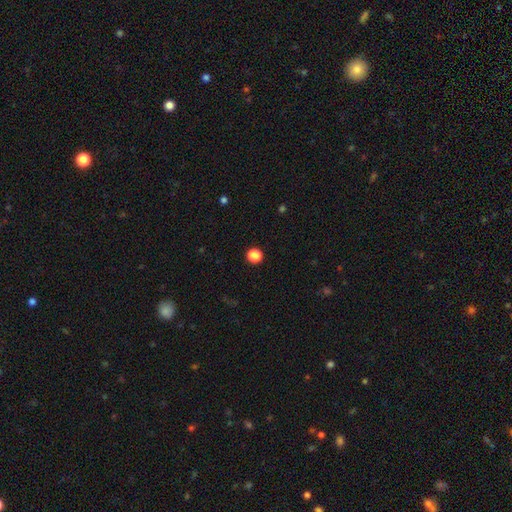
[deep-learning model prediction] Smooth or featured? Predicted: smooth (p=0.84). How rounded? Predicted: round (p=0.82). Merging? Predicted: none (p=0.91).